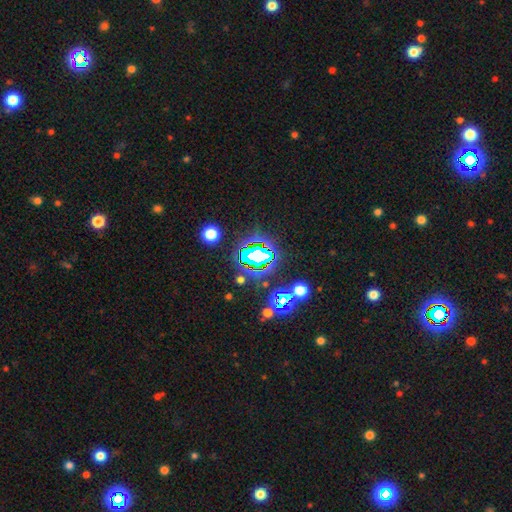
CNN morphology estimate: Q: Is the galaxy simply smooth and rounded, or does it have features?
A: star or artifact — 67%.